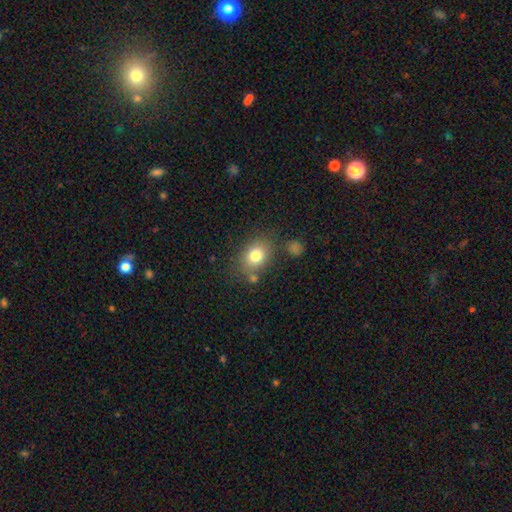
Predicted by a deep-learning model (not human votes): Smooth or featured: smooth — 79% (featured or disk — 11%)
How rounded: in between — 56% (round — 43%)
Merging: none — 72% (minor disturbance — 15%)